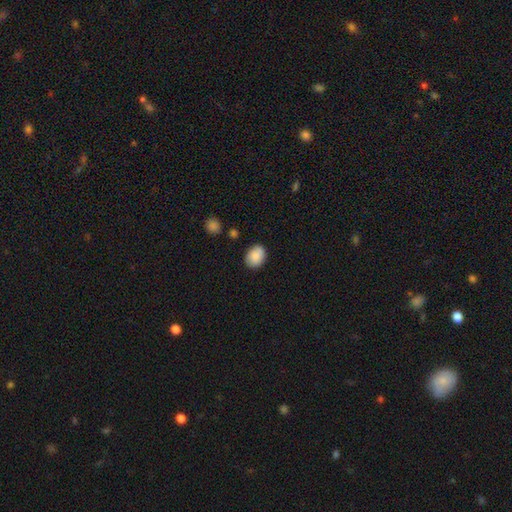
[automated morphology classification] Smooth or featured: smooth — 86% (star or artifact — 7%)
How rounded: in between — 50% (round — 49%)
Merging: none — 82% (minor disturbance — 13%)